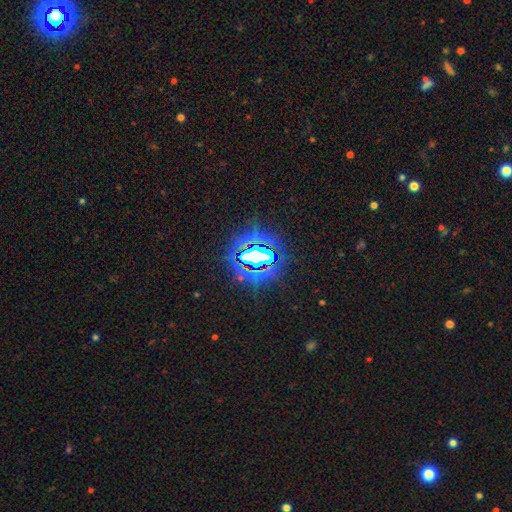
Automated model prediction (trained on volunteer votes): Smooth or featured: star or artifact — 81% (smooth — 11%)